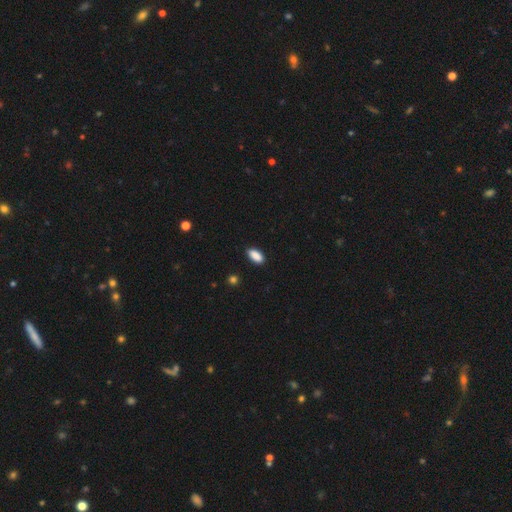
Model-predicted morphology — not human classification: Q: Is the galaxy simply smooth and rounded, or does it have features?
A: smooth — 90%.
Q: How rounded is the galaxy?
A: in between — 90%.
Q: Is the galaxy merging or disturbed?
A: none — 87%.